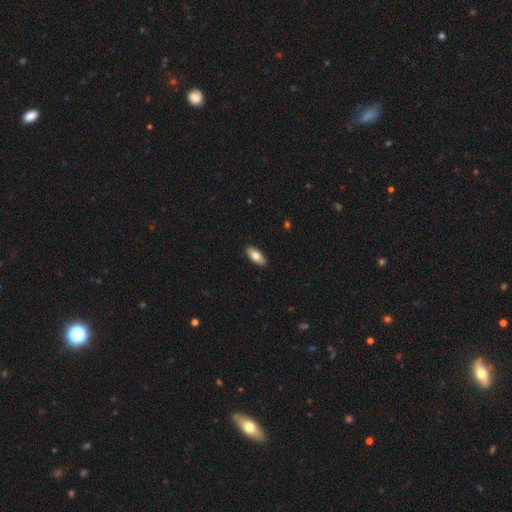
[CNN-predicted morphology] Smooth or featured? smooth (79%)
How rounded? in between (86%)
Merging? none (89%)